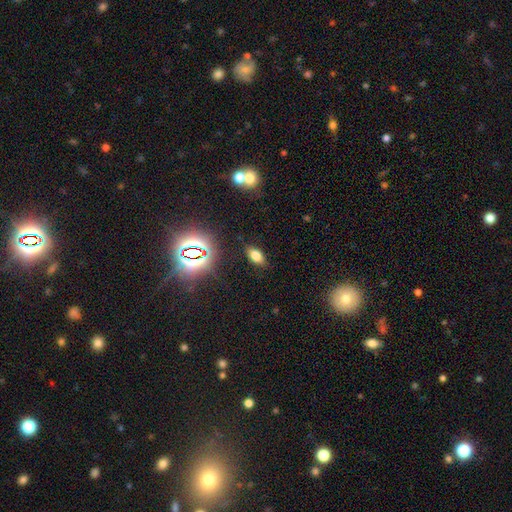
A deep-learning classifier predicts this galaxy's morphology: Smooth or featured? smooth (69%)
How rounded? in between (87%)
Merging? none (85%)